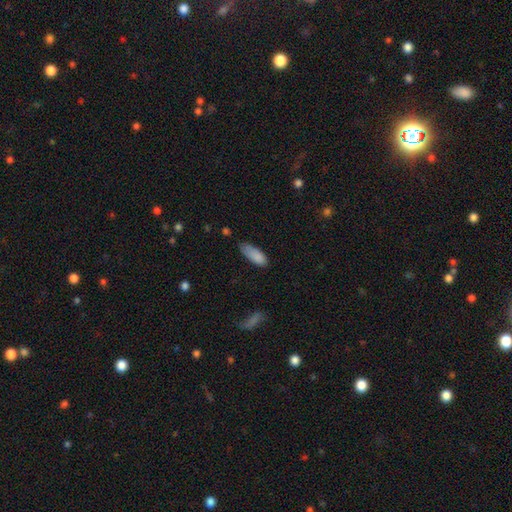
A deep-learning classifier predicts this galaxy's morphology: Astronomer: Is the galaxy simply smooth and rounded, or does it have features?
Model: smooth — 87%.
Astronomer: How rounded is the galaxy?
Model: in between — 74%.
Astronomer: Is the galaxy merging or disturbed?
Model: none — 54% (runner-up: minor disturbance, 36%).